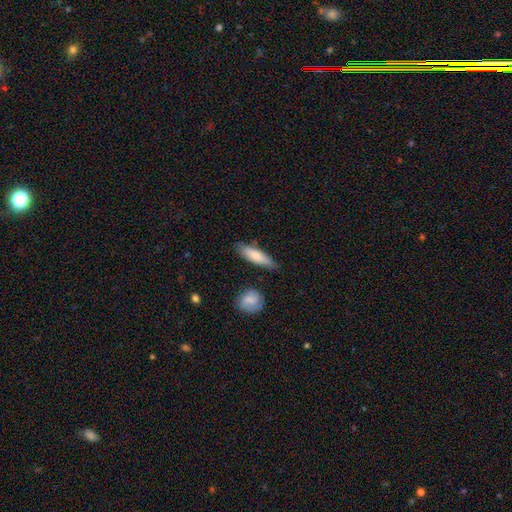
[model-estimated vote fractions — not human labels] Smooth or featured? smooth (74%)
How rounded? cigar-shaped (59%)
Merging? none (76%)